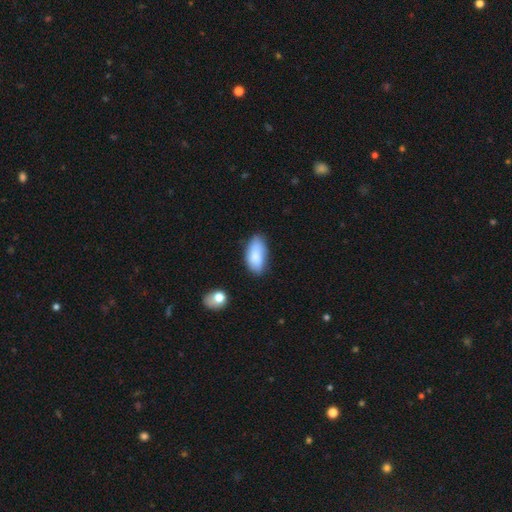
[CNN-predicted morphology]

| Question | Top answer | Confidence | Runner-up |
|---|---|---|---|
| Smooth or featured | smooth | 83% | featured or disk (10%) |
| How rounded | in between | 92% | cigar-shaped (6%) |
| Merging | none | 63% | minor disturbance (27%) |